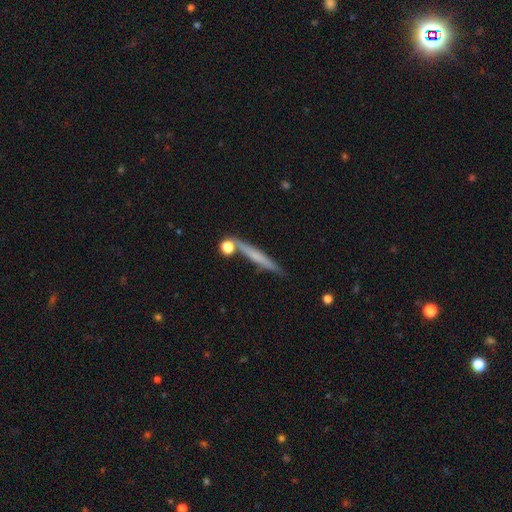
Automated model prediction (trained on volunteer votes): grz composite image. It shows a smooth galaxy with no disk features (49%). Merging: none (80%).